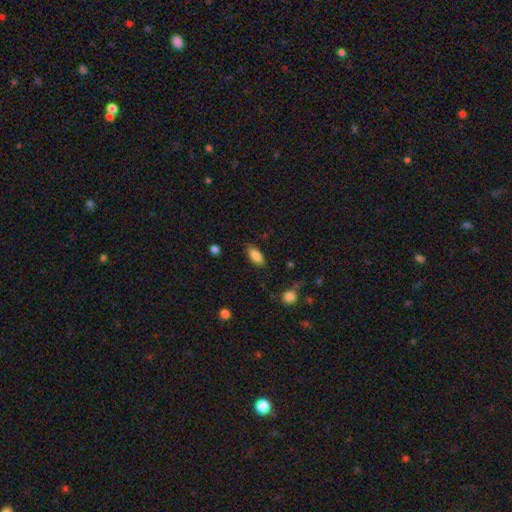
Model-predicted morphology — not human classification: The model was most divided on "merging": none: 83%, minor disturbance: 12%, major disturbance: 3%, merger: 1%. More confident: how rounded — in between (87%); smooth or featured — smooth (85%).